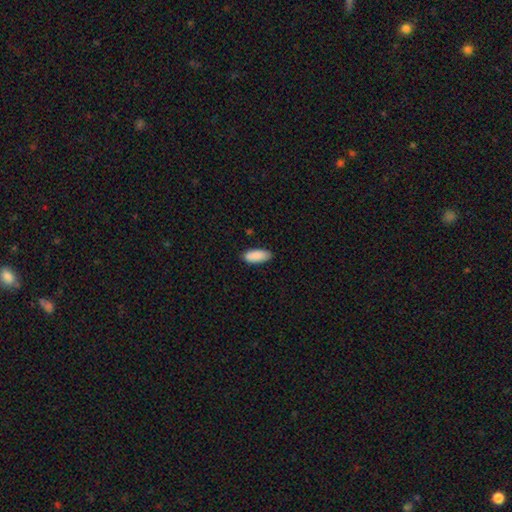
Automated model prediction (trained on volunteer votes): Q: Smooth or featured?
A: smooth (90%); runner-up: star or artifact (6%)
Q: How rounded?
A: in between (87%); runner-up: cigar-shaped (12%)
Q: Merging?
A: none (83%); runner-up: minor disturbance (14%)